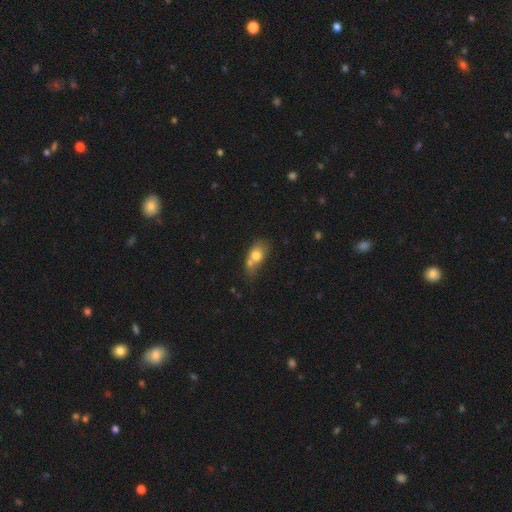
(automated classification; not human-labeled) Overall: smooth (72%). How rounded: in between (67%; round 28%). Merging: merger (46%; none 28%).